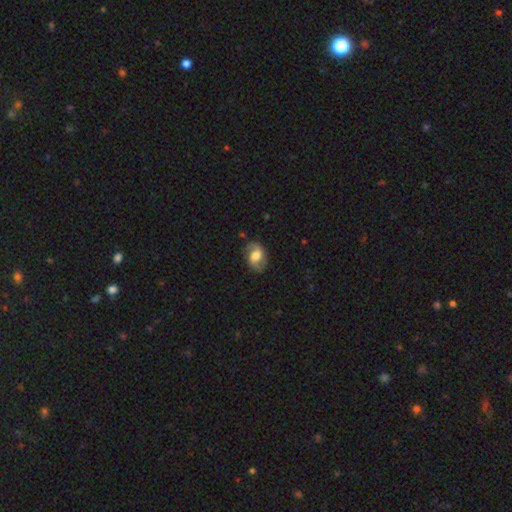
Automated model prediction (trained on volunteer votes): A featured or disk galaxy (62%) with a weak bar (46%), 2 (85%) medium (43%) spiral arms (87%) and a moderate central bulge (58%).

Vote fractions:
- Smooth or featured? featured or disk: 62% / smooth: 31% / star or artifact: 7%
- Edge-on disk? no: 97% / yes: 3%
- Bar? weak: 46% / no: 37% / strong: 17%
- Spiral arms? yes: 87% / no: 13%
- Spiral winding? medium: 43% / loose: 40% / tight: 17%
- Spiral arm count? 2: 85% / 1: 6% / can't tell: 6% / 3: 1% / 4: 1% / more than 4: 1%
- Bulge size? moderate: 58% / large: 27% / small: 11% / dominant: 2% / none: 2%
- Merging? none: 75% / minor disturbance: 17% / major disturbance: 6% / merger: 1%